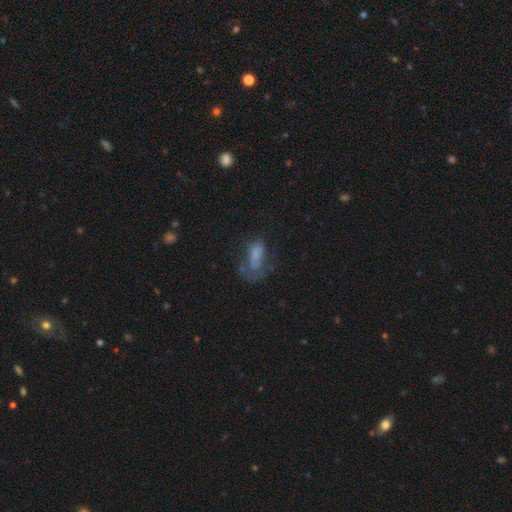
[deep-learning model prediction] Morphology: type=smooth (51%); roundness=in between (85%); merging=major disturbance (42%).